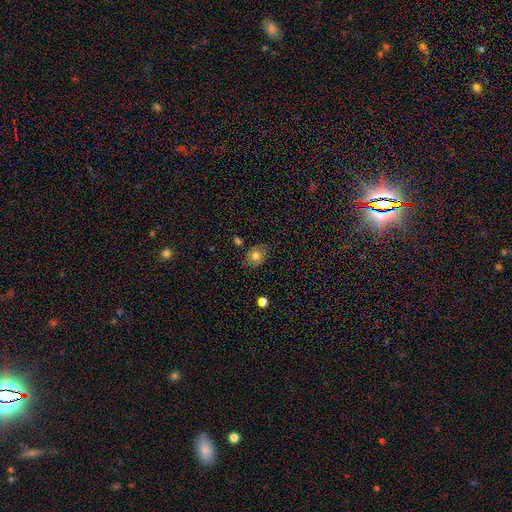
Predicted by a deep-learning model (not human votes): Smooth or featured? Predicted: smooth (p=0.74). How rounded? Predicted: in between (p=0.57). Merging? Predicted: none (p=0.79).